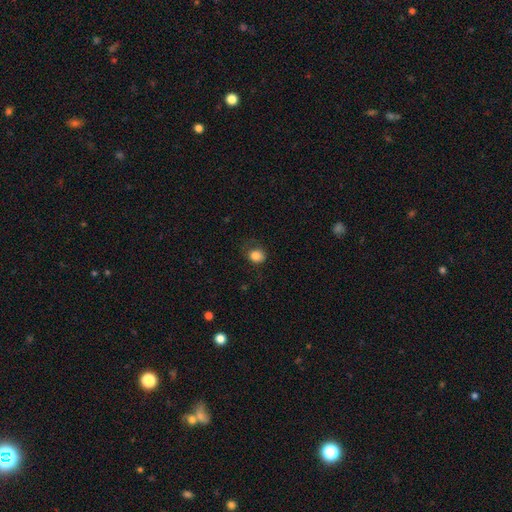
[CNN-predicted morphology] This appears to be a smooth galaxy with no disk features (84%) that is round (69%). Merging: none (63%).